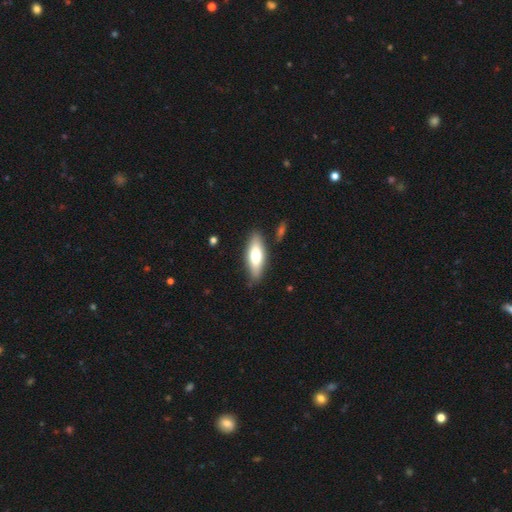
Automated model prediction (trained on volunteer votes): A smooth galaxy with no disk features (61%) that is in between round and cigar-shaped (59%). Merging: none (84%).